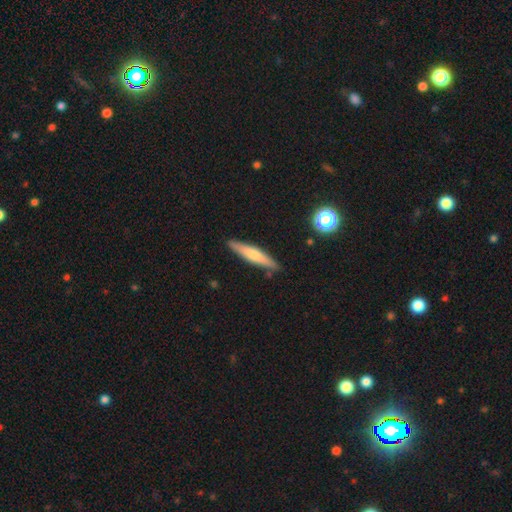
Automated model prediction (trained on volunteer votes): Morphology: type=smooth (59%); roundness=cigar-shaped (88%); merging=none (87%).